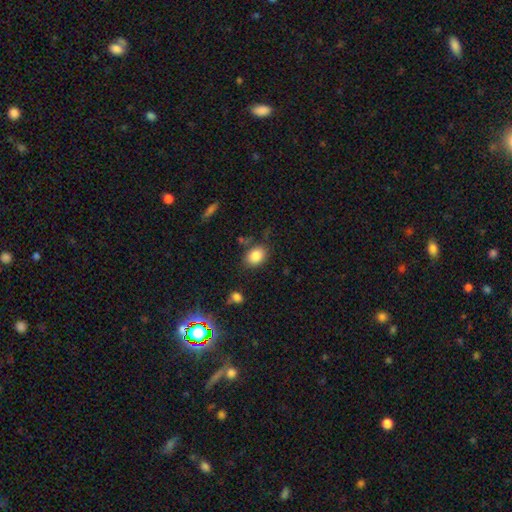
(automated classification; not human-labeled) This appears to be a smooth galaxy with no disk features (85%) that is in between round and cigar-shaped (66%). Merging: none (76%).